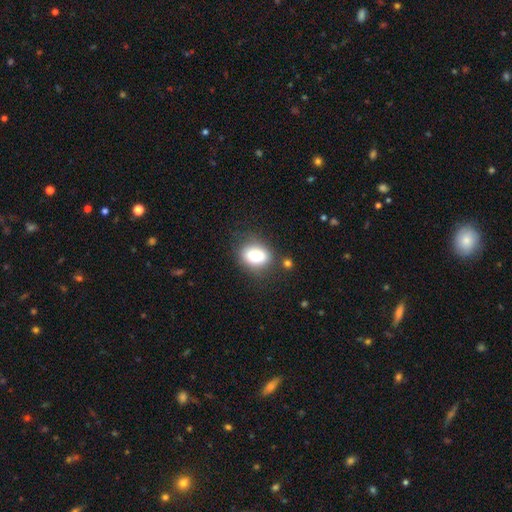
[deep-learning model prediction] Morphology: type=smooth (80%); roundness=in between (68%); merging=none (67%).